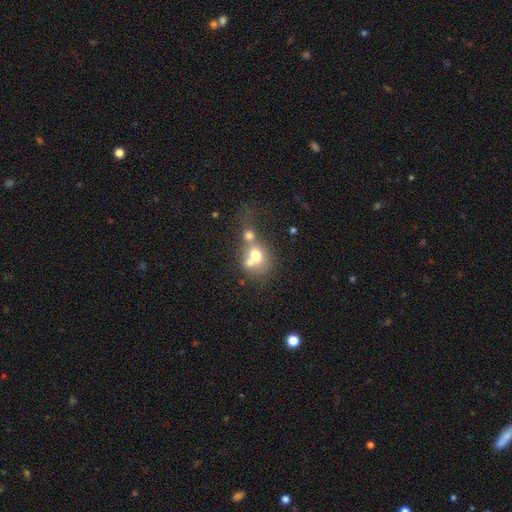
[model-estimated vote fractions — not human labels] Overall: smooth (63%; featured or disk 25%). How rounded: round (62%; in between 37%). Merging: merger (63%).